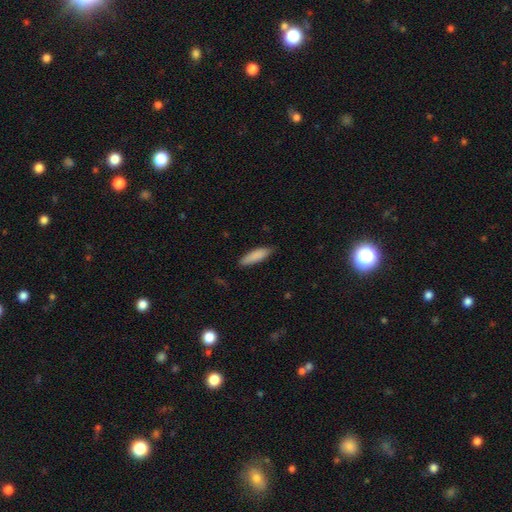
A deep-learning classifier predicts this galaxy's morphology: smooth 87%, featured or disk 7%, star or artifact 6%. Down the decision tree: how rounded — cigar-shaped (58%); merging — none (83%).